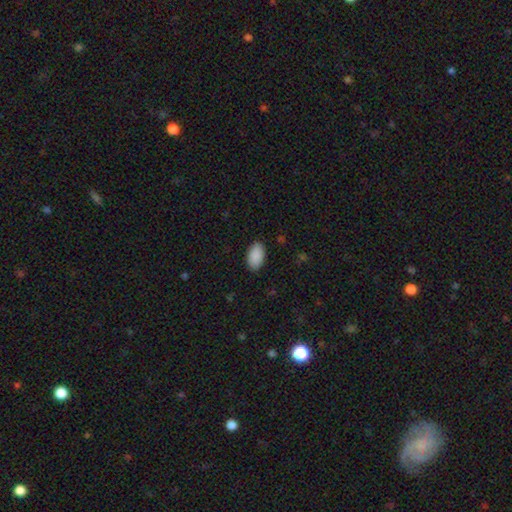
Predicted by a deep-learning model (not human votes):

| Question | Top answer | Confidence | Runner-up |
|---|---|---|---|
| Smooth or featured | smooth | 91% | star or artifact (6%) |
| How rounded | in between | 95% | round (4%) |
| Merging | none | 88% | minor disturbance (9%) |